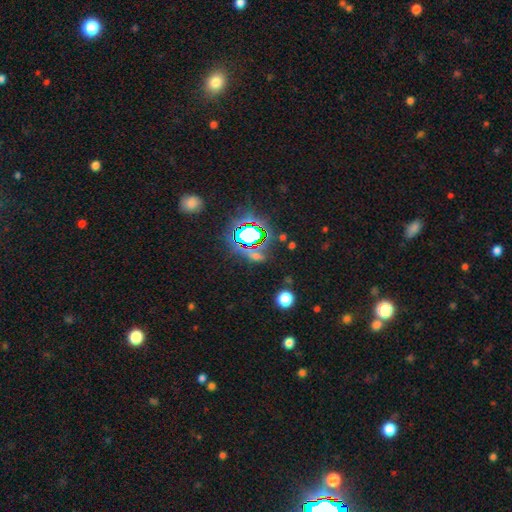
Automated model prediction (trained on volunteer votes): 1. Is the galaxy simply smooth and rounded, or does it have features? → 81% star or artifact, 12% smooth, 7% featured or disk.